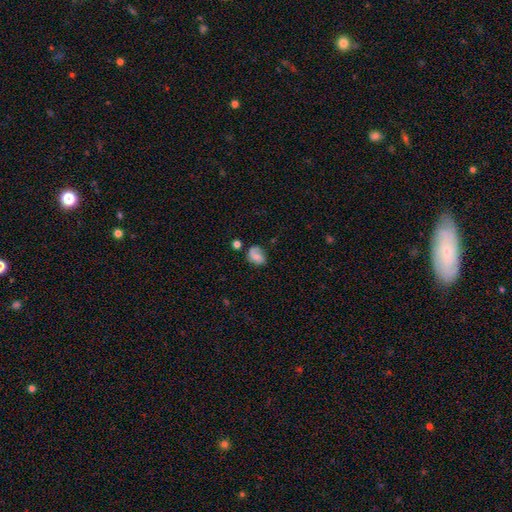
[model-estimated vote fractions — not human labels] Overall: smooth (50%; featured or disk 40%). How rounded: in between (63%; round 35%). Merging: none (52%; minor disturbance 28%).